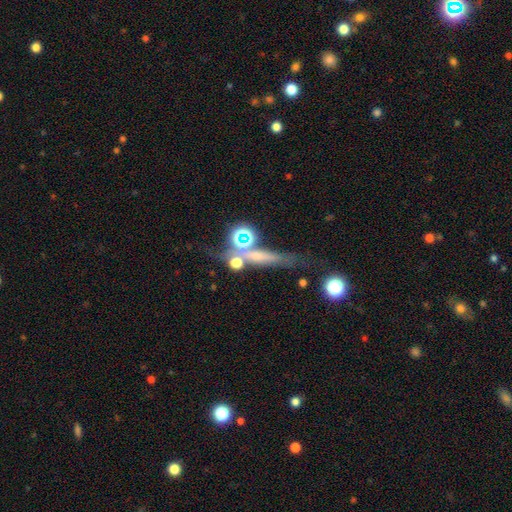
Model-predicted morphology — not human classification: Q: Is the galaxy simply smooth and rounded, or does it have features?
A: smooth — 40%.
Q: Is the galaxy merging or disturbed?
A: none — 54%.